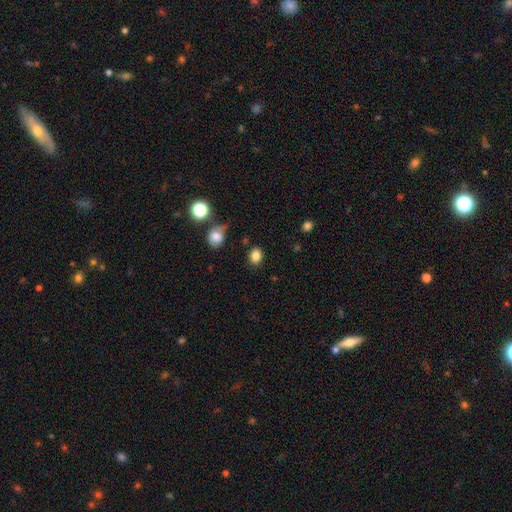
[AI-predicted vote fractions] Smooth or featured?
  - smooth: 83% *
  - star or artifact: 11%
  - featured or disk: 6%
How rounded?
  - in between: 52% *
  - round: 47%
  - cigar-shaped: 1%
Merging?
  - none: 81% *
  - minor disturbance: 12%
  - major disturbance: 3%
  - merger: 3%